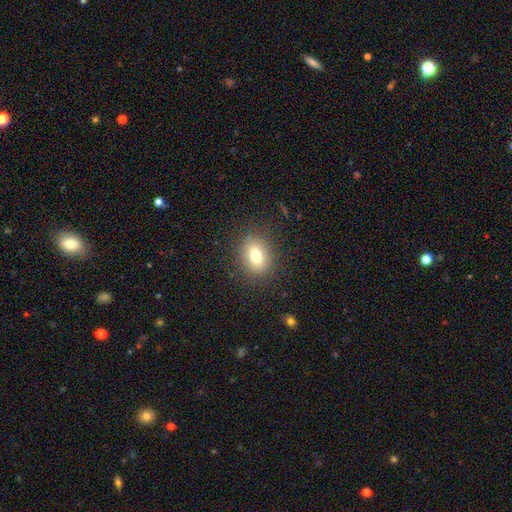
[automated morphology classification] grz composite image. It shows a smooth galaxy with no disk features (76%) that is in between round and cigar-shaped (64%). Merging: none (86%).